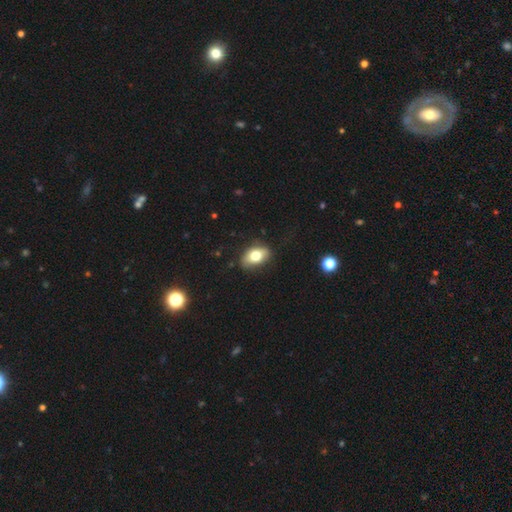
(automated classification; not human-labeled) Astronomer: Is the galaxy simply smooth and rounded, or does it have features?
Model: smooth — 75%.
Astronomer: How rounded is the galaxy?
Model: in between — 86%.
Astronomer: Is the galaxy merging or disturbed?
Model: none — 77%.